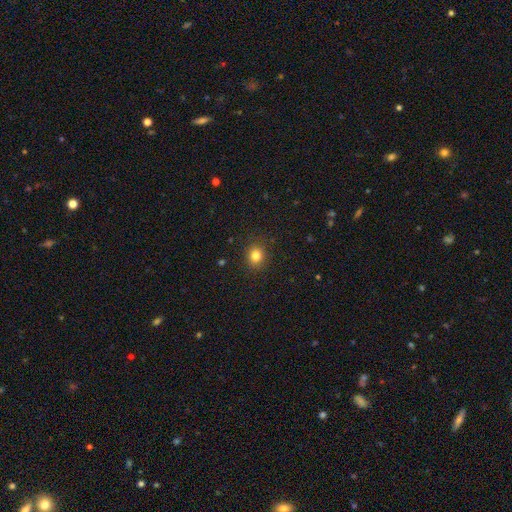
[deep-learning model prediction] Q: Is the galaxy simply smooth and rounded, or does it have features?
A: smooth — 82%.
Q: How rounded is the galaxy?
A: round — 77%.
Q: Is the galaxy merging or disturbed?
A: none — 88%.